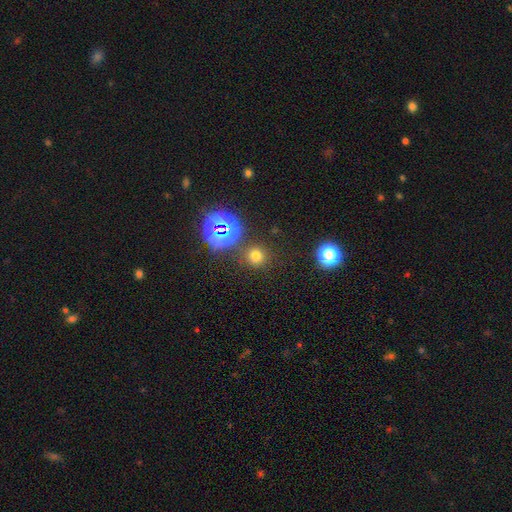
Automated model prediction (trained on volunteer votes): Smooth or featured: smooth — 66% (star or artifact — 27%)
How rounded: round — 92% (in between — 7%)
Merging: none — 84% (minor disturbance — 8%)